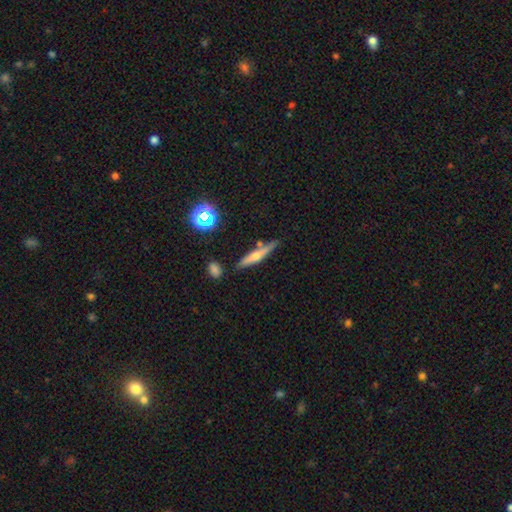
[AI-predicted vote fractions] The model was most divided on "smooth or featured": featured or disk: 50%, smooth: 40%, star or artifact: 10%. More confident: edge-on disk — yes (94%); merging — none (76%).